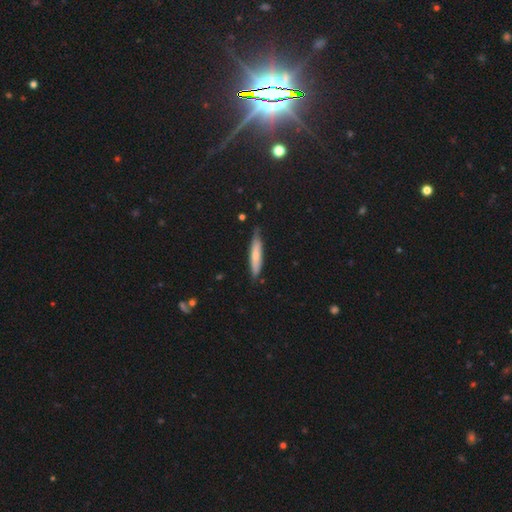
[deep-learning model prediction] Smooth or featured? smooth (66%)
How rounded? cigar-shaped (86%)
Merging? none (76%)